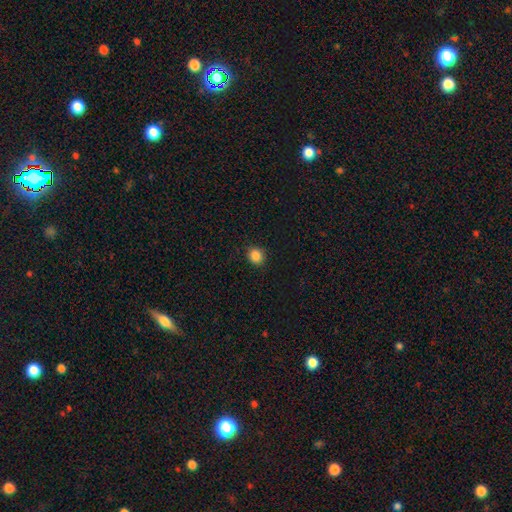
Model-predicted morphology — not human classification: A smooth galaxy with no disk features (85%) that is round (84%).

Vote fractions:
- Smooth or featured? smooth: 85% / star or artifact: 11% / featured or disk: 4%
- How rounded? round: 84% / in between: 15% / cigar-shaped: 1%
- Merging? none: 90% / minor disturbance: 7% / major disturbance: 2% / merger: 1%